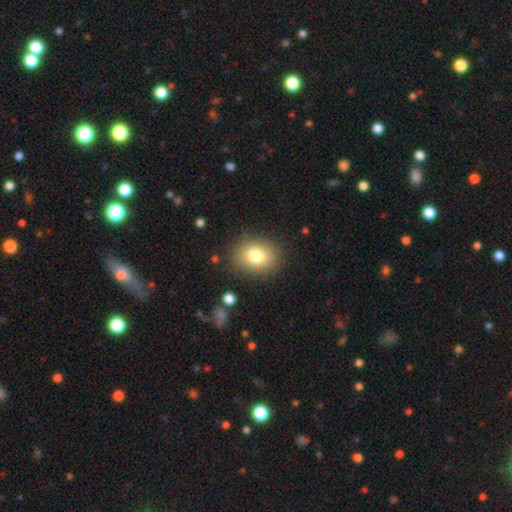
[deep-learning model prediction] smooth 77%, featured or disk 12%, star or artifact 11%. Down the decision tree: how rounded — round (50%); merging — none (84%).